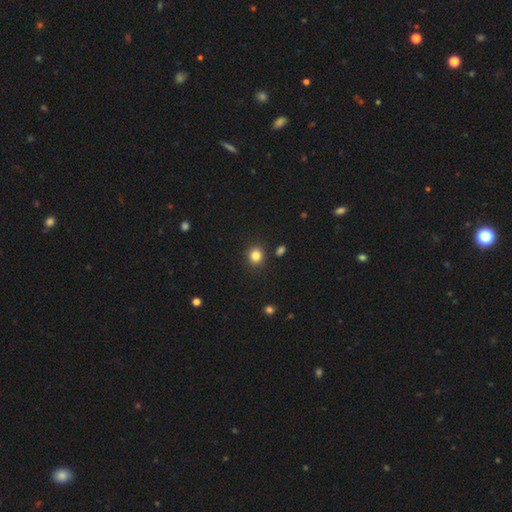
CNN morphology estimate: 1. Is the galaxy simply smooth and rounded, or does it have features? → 84% smooth, 12% star or artifact, 5% featured or disk.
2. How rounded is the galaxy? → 85% round, 14% in between, 1% cigar-shaped.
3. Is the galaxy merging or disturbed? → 88% none, 7% minor disturbance, 2% merger, 2% major disturbance.